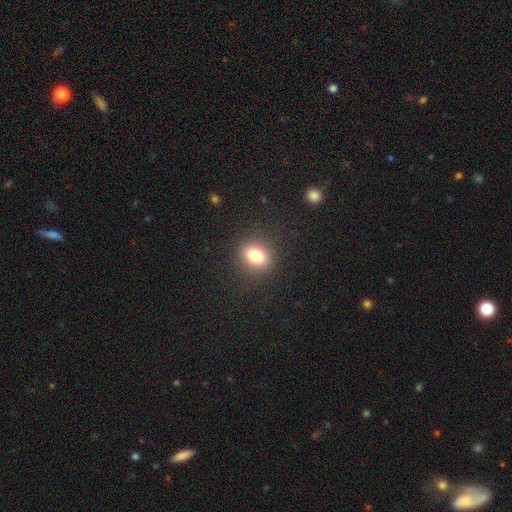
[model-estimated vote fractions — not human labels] Smooth or featured? smooth (81%)
How rounded? round (55%)
Merging? none (88%)